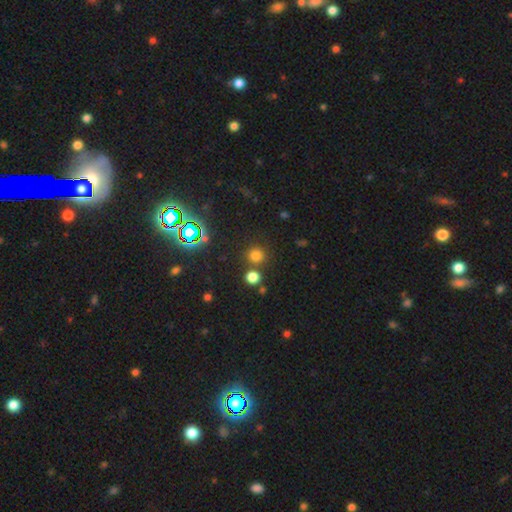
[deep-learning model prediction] A smooth galaxy with no disk features (69%) that is round (92%).

Vote fractions:
- Smooth or featured? smooth: 69% / star or artifact: 25% / featured or disk: 6%
- How rounded? round: 92% / in between: 7% / cigar-shaped: 1%
- Merging? none: 77% / merger: 14% / minor disturbance: 7% / major disturbance: 3%